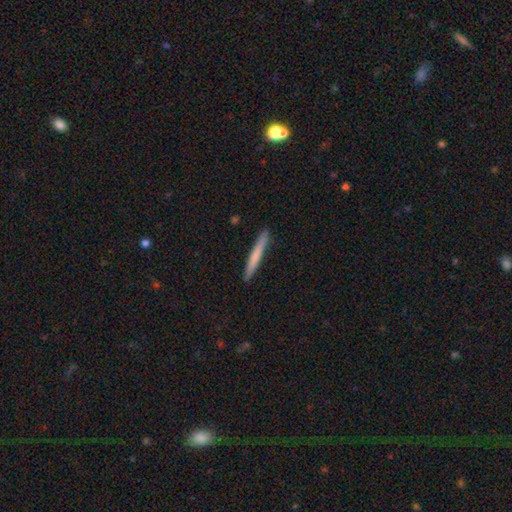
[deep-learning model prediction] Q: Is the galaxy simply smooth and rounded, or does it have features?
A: smooth — 68%.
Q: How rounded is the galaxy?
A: cigar-shaped — 97%.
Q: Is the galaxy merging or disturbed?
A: none — 91%.